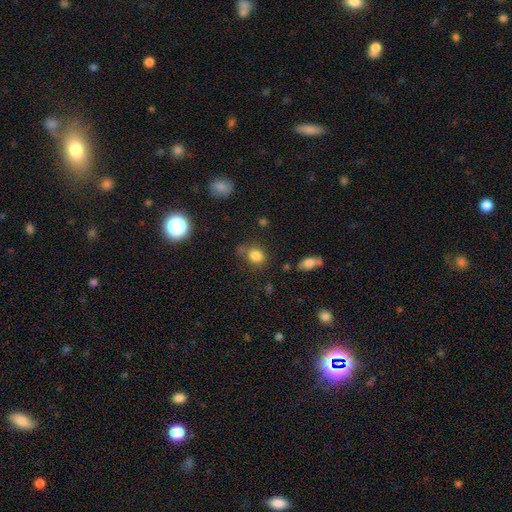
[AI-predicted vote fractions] Q: Smooth or featured?
A: smooth (82%); runner-up: star or artifact (12%)
Q: How rounded?
A: round (63%); runner-up: in between (36%)
Q: Merging?
A: none (67%); runner-up: minor disturbance (18%)